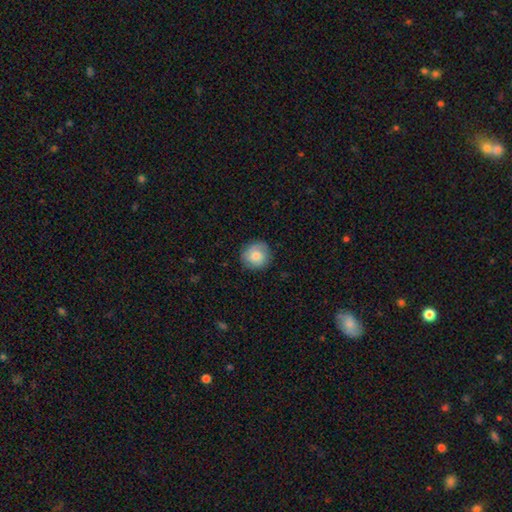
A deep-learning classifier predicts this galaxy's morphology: Q: Smooth or featured?
A: smooth (76%); runner-up: featured or disk (17%)
Q: How rounded?
A: round (91%); runner-up: in between (8%)
Q: Merging?
A: none (85%); runner-up: minor disturbance (11%)